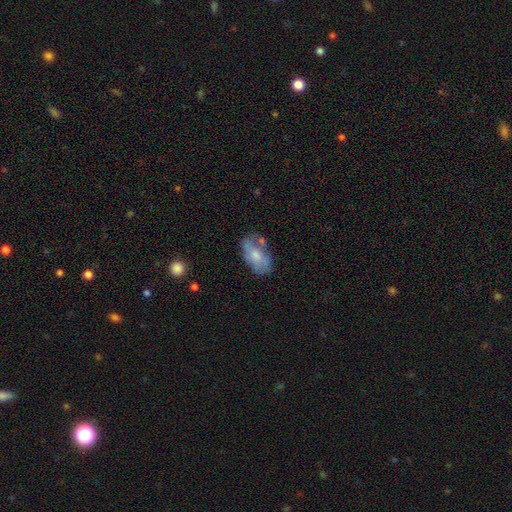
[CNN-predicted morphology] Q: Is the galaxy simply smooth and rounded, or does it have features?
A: smooth — 60%.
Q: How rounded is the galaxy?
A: in between — 92%.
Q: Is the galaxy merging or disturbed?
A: none — 50%.